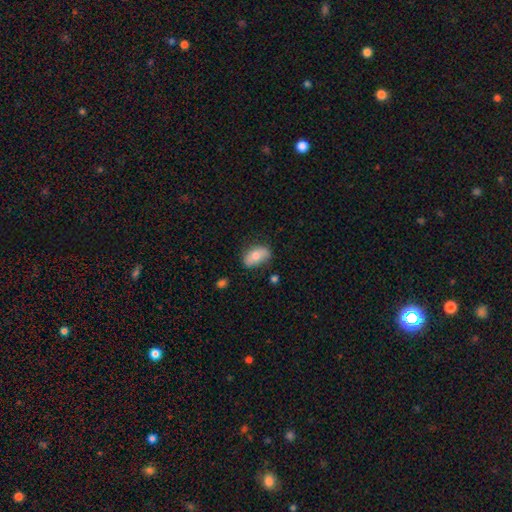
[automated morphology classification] The model was most divided on "merging": none: 67%, minor disturbance: 25%, major disturbance: 5%, merger: 3%. More confident: how rounded — in between (91%); smooth or featured — smooth (74%).